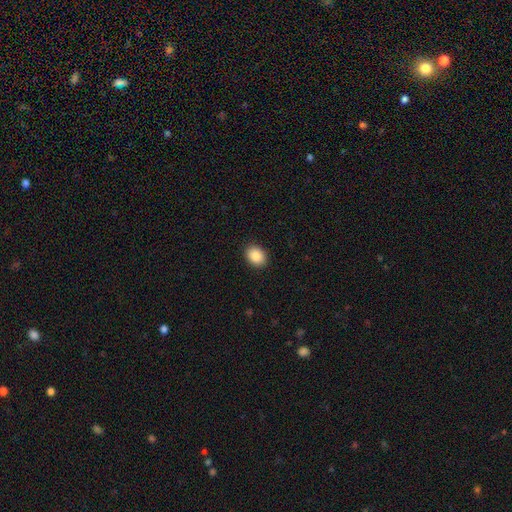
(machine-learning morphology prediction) A smooth galaxy with no disk features (88%) that is in between round and cigar-shaped (61%). Merging: none (91%).